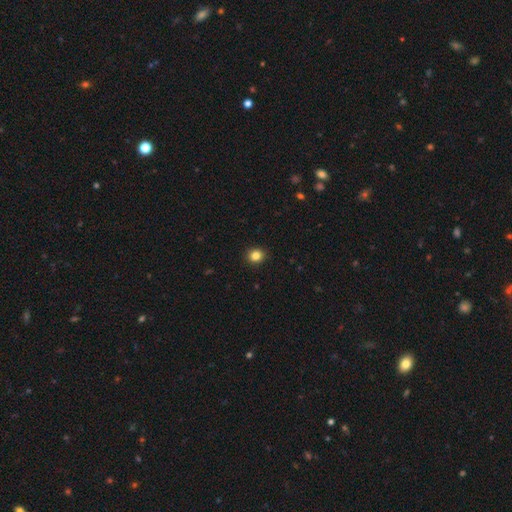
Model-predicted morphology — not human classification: Smooth or featured: smooth — 84% (star or artifact — 12%)
How rounded: round — 80% (in between — 19%)
Merging: none — 91% (minor disturbance — 6%)